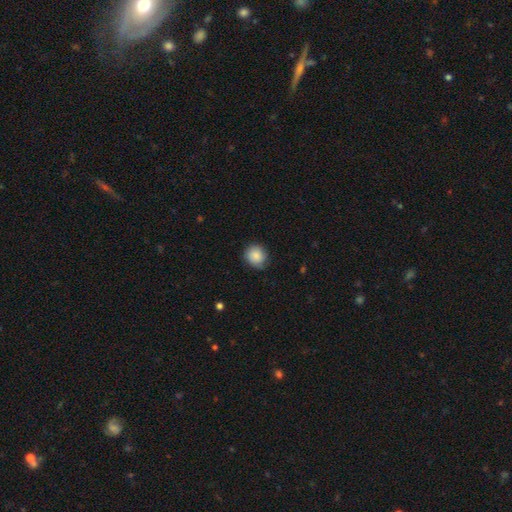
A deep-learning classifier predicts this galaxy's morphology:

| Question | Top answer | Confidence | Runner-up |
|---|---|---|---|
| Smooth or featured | smooth | 86% | star or artifact (7%) |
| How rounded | round | 86% | in between (13%) |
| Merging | none | 78% | minor disturbance (18%) |